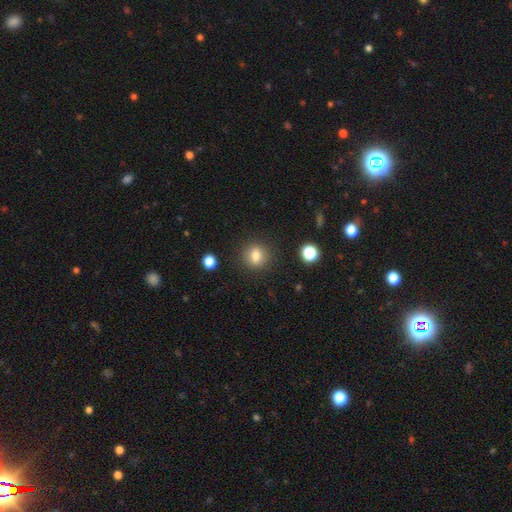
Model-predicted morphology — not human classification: Smooth or featured? Predicted: smooth (p=0.80). How rounded? Predicted: round (p=0.71). Merging? Predicted: none (p=0.86).